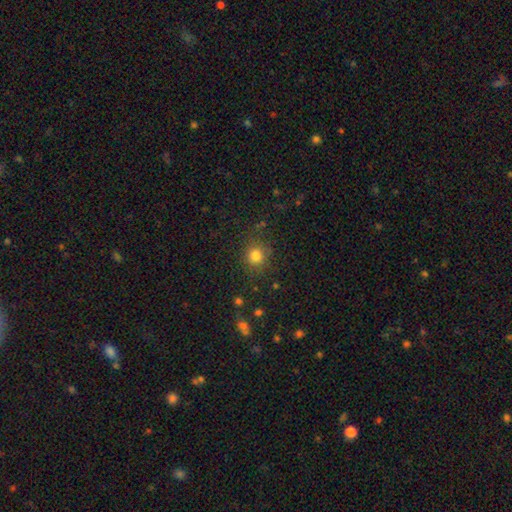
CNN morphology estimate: Smooth or featured? smooth (80%)
How rounded? round (89%)
Merging? none (83%)